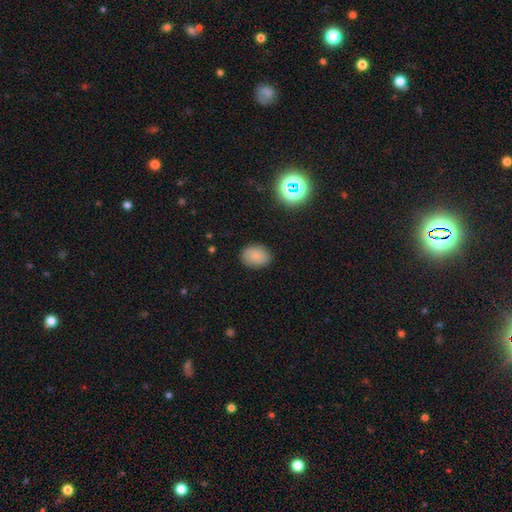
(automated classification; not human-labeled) The model was most divided on "how rounded": in between: 64%, round: 35%, cigar-shaped: 1%. More confident: merging — none (86%); smooth or featured — smooth (82%).